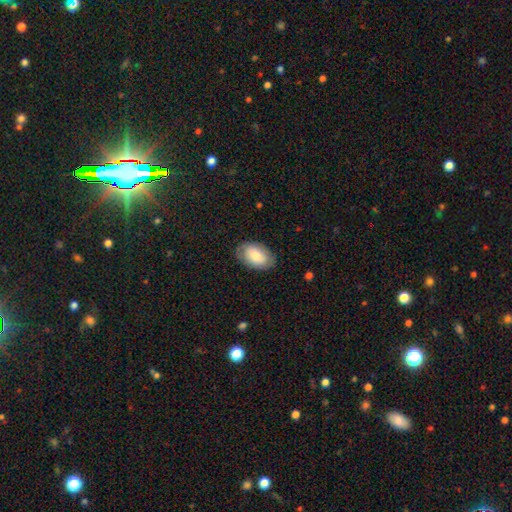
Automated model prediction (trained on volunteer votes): A smooth galaxy with no disk features (76%) that is in between round and cigar-shaped (92%).

Vote fractions:
- Smooth or featured? smooth: 76% / featured or disk: 18% / star or artifact: 6%
- How rounded? in between: 92% / round: 7% / cigar-shaped: 1%
- Merging? none: 80% / minor disturbance: 15% / major disturbance: 4% / merger: 1%